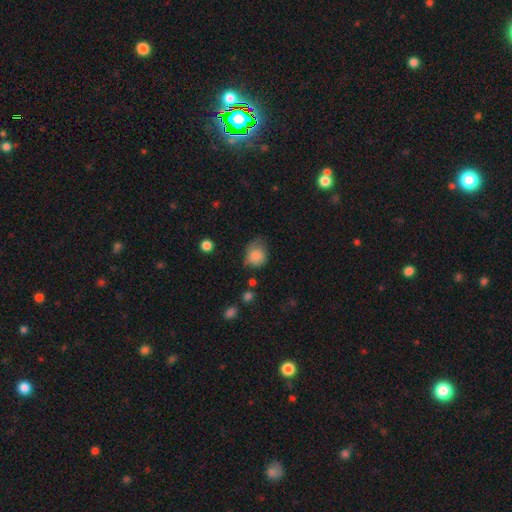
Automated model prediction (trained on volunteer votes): smooth_or_featured: smooth (p=0.82) [alt: featured or disk p=0.09]
how_rounded: round (p=0.65) [alt: in between p=0.34]
merging: none (p=0.49) [alt: minor disturbance p=0.37]